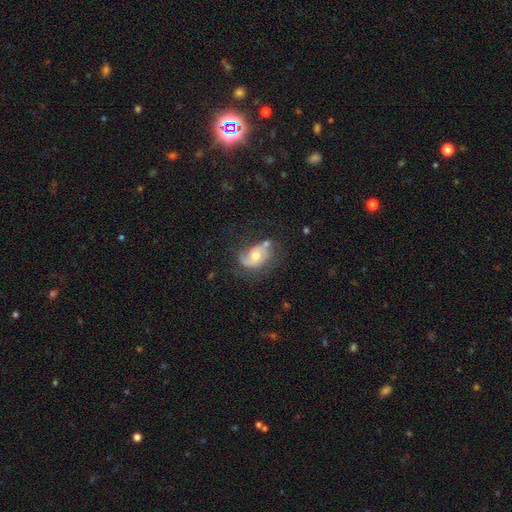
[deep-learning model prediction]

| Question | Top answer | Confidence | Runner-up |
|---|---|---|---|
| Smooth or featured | featured or disk | 69% | smooth (24%) |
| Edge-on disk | no | 97% | yes (3%) |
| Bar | no | 69% | weak (26%) |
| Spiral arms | yes | 87% | no (13%) |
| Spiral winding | medium | 43% | loose (29%) |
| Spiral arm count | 2 | 59% | 1 (25%) |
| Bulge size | moderate | 69% | small (21%) |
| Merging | none | 50% | minor disturbance (25%) |